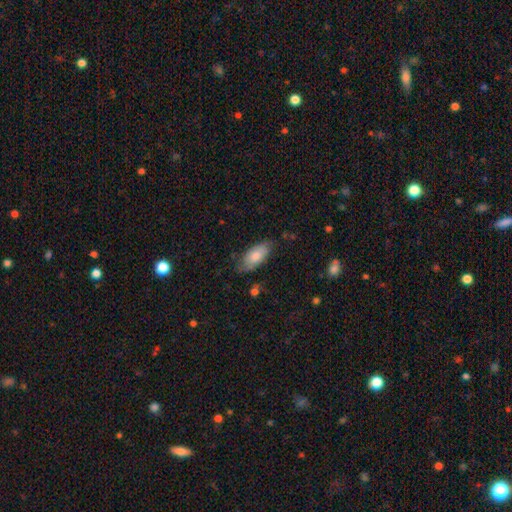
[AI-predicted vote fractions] Smooth or featured? Predicted: smooth (p=0.62). How rounded? Predicted: in between (p=0.89). Merging? Predicted: none (p=0.66).